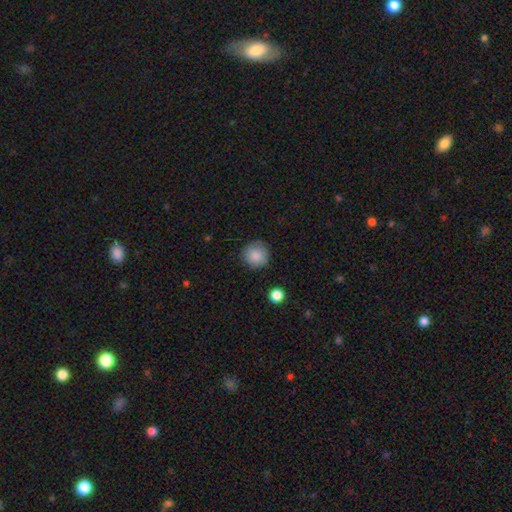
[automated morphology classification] Smooth or featured: smooth — 87% (star or artifact — 8%)
How rounded: round — 95% (in between — 5%)
Merging: none — 88% (minor disturbance — 9%)